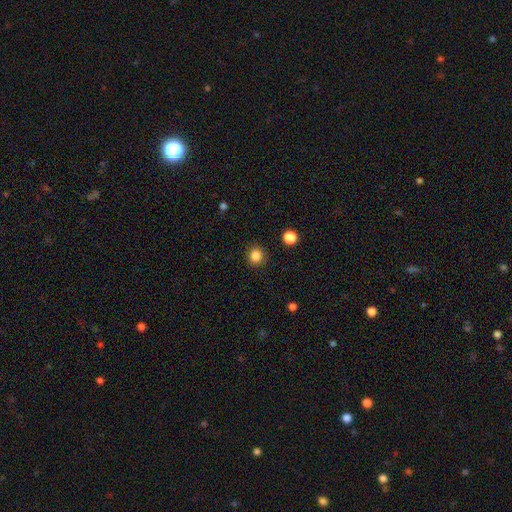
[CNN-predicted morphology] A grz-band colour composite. It shows a smooth galaxy with no disk features (85%) that is round (88%). Merging: none (90%).